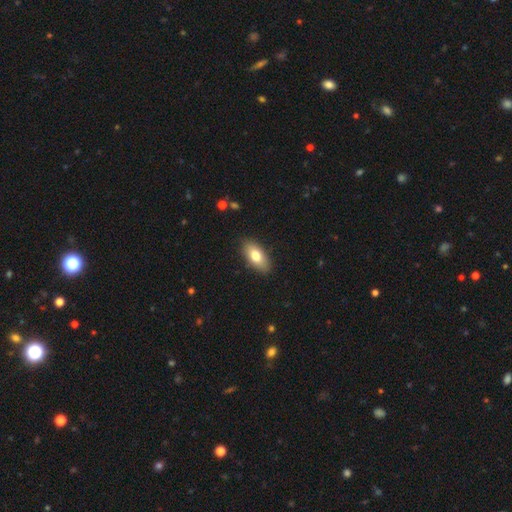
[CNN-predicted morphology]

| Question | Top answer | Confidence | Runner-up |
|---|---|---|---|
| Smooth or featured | smooth | 76% | featured or disk (17%) |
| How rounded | in between | 89% | cigar-shaped (7%) |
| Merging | none | 87% | minor disturbance (9%) |